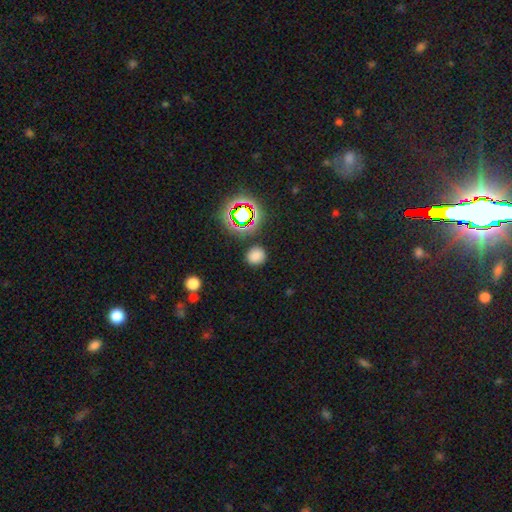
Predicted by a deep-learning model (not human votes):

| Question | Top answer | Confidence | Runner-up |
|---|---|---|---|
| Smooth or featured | smooth | 75% | star or artifact (19%) |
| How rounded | round | 85% | in between (14%) |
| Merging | none | 86% | minor disturbance (8%) |